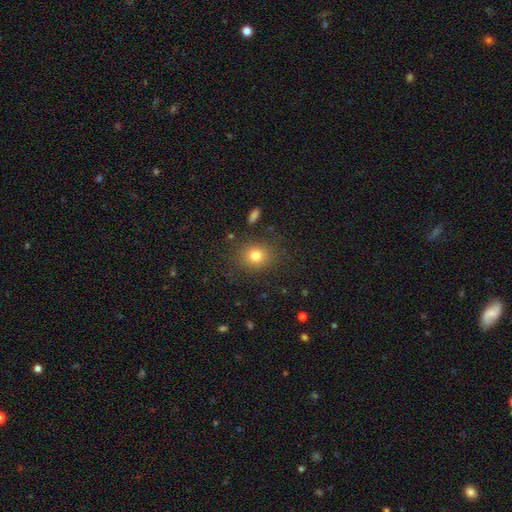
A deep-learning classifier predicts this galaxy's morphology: A smooth galaxy with no disk features (79%) that is round (76%). Merging: none (85%).